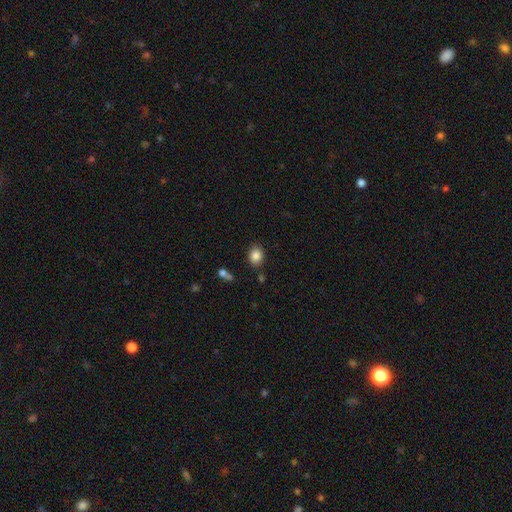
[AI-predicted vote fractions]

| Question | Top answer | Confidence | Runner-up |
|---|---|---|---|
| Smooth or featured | smooth | 85% | star or artifact (9%) |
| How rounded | in between | 55% | round (44%) |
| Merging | none | 82% | minor disturbance (11%) |